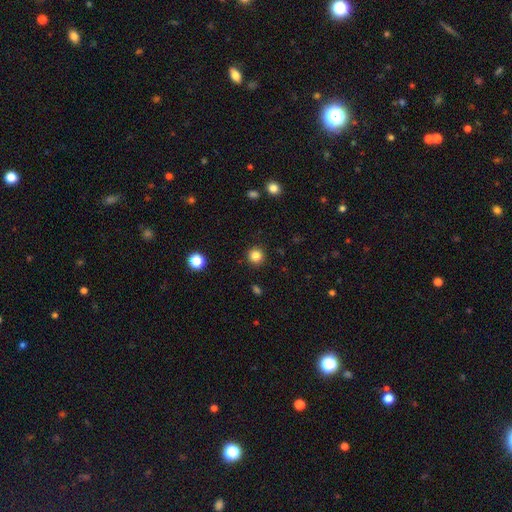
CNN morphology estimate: smooth_or_featured: smooth (p=0.84) [alt: star or artifact p=0.12]
how_rounded: round (p=0.95) [alt: in between p=0.04]
merging: none (p=0.92) [alt: minor disturbance p=0.05]